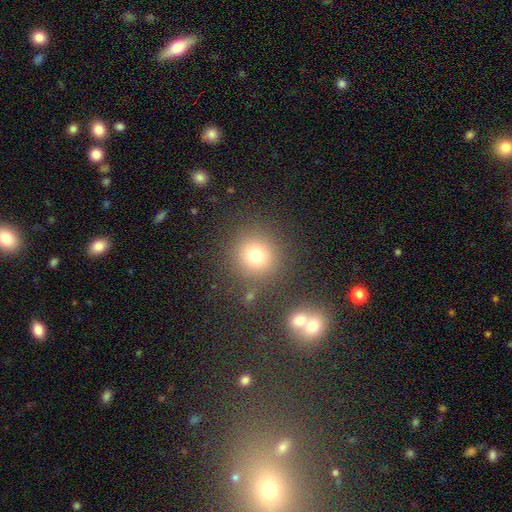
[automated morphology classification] The model was most divided on "smooth or featured": smooth: 74%, star or artifact: 17%, featured or disk: 10%. More confident: how rounded — round (91%); merging — none (81%).